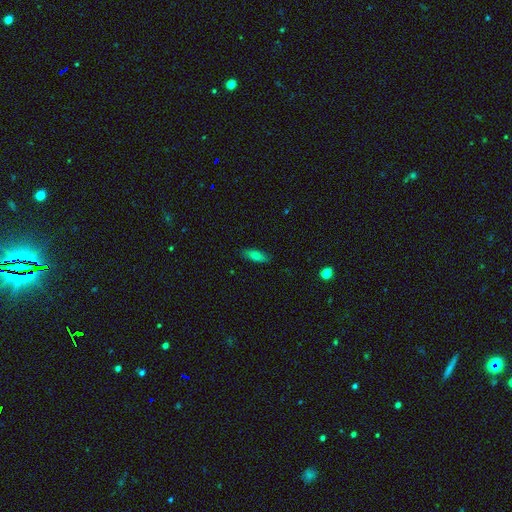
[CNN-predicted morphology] A smooth galaxy with no disk features (72%) that is in between round and cigar-shaped (57%). Merging: none (86%).